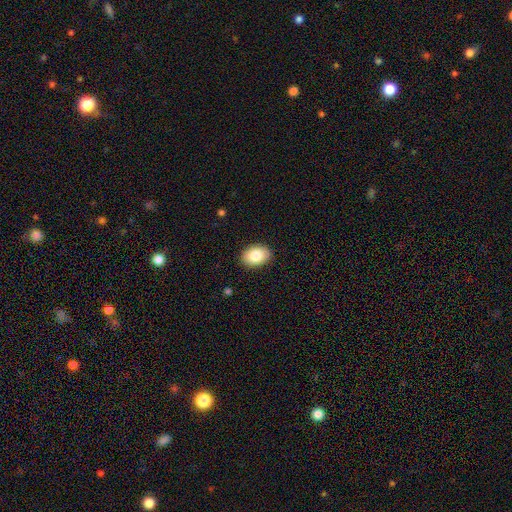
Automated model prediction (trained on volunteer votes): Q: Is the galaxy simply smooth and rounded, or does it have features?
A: smooth — 85%.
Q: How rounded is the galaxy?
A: in between — 83%.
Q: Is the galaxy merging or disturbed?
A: none — 89%.